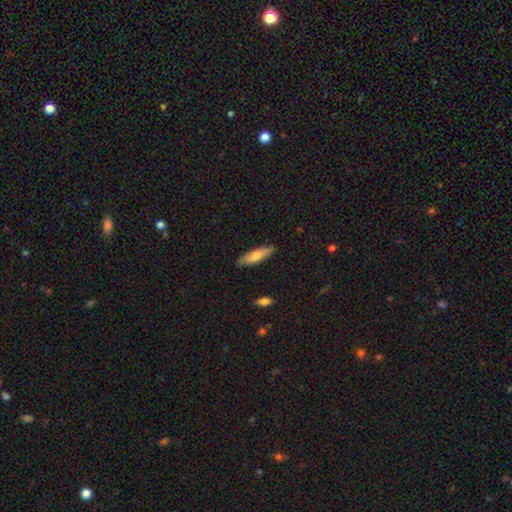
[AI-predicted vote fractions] Overall: smooth (69%). How rounded: cigar-shaped (67%; in between 31%). Merging: none (87%).